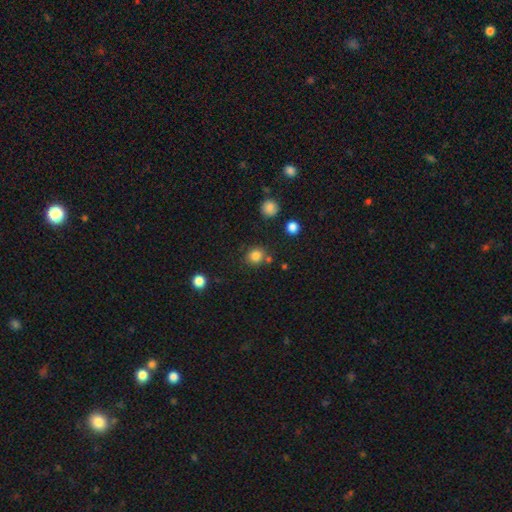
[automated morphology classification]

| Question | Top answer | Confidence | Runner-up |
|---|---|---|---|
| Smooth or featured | smooth | 82% | star or artifact (13%) |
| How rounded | round | 85% | in between (14%) |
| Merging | none | 76% | minor disturbance (11%) |